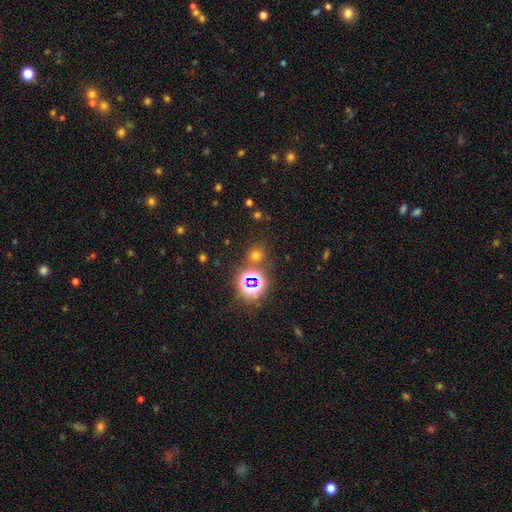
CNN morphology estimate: smooth-or-featured: smooth: 55% | star or artifact: 38% | featured or disk: 7%
  how-rounded: round: 87% | in between: 12% | cigar-shaped: 1%
  merging: none: 78% | merger: 10% | minor disturbance: 8% | major disturbance: 4%